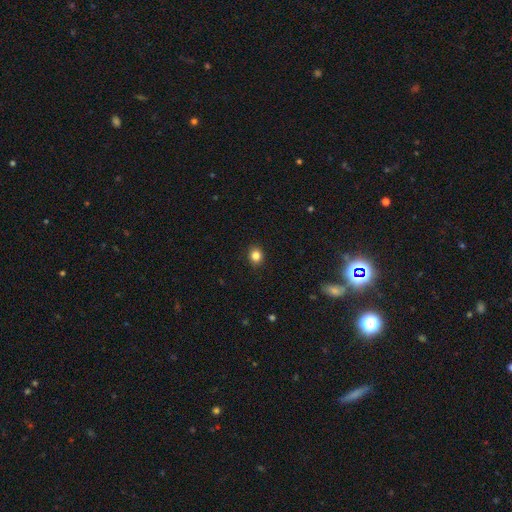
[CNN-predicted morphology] This appears to be a smooth galaxy with no disk features (84%) that is round (71%). Merging: none (91%).